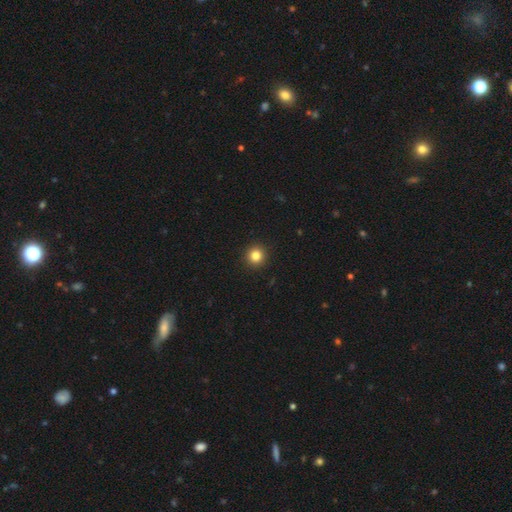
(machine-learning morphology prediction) Smooth or featured? Predicted: smooth (p=0.83). How rounded? Predicted: round (p=0.94). Merging? Predicted: none (p=0.93).